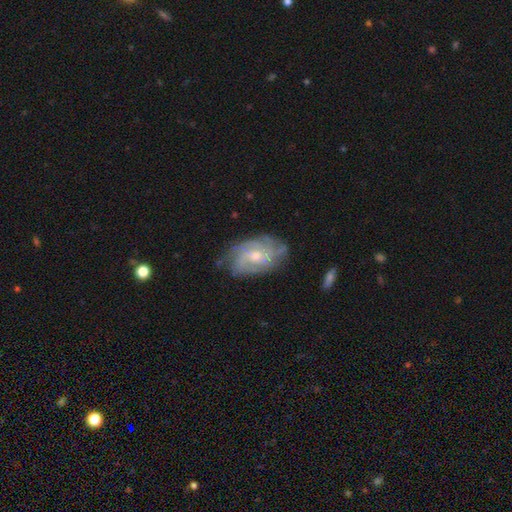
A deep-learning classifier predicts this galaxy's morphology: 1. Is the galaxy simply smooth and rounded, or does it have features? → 81% featured or disk, 12% smooth, 7% star or artifact.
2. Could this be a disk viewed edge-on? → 96% no, 4% yes.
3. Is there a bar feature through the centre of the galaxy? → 62% no, 33% weak, 5% strong.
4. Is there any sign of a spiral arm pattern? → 93% yes, 7% no.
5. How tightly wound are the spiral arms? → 54% tight, 35% medium, 11% loose.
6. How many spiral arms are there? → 37% can't tell, 20% 3, 17% 2, 16% 4, 6% more than 4, 5% 1.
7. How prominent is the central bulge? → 50% small, 46% moderate, 2% none, 2% large, 1% dominant.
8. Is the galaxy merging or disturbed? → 73% none, 20% minor disturbance, 6% major disturbance, 1% merger.